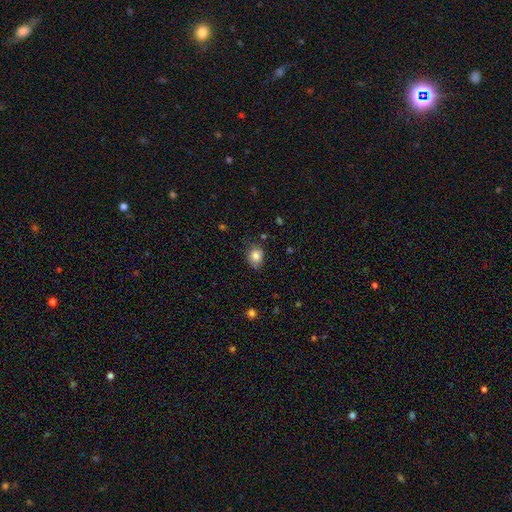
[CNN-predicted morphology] This is clearly a smooth galaxy (84%). How rounded: possibly round (58%). Merging: likely none (71%).